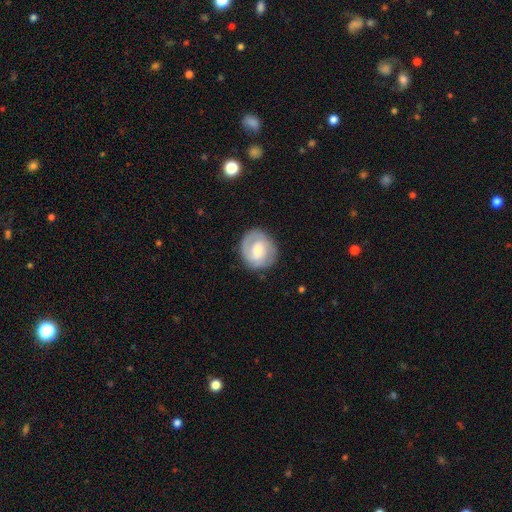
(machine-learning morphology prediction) The model was most divided on "bar": no: 46%, weak: 43%, strong: 10%. Remaining: edge-on disk — no (98%); spiral arms — yes (85%); merging — none (80%); smooth or featured — featured or disk (61%); spiral arm count — 2 (58%); spiral winding — tight (52%); bulge size — moderate (45%).